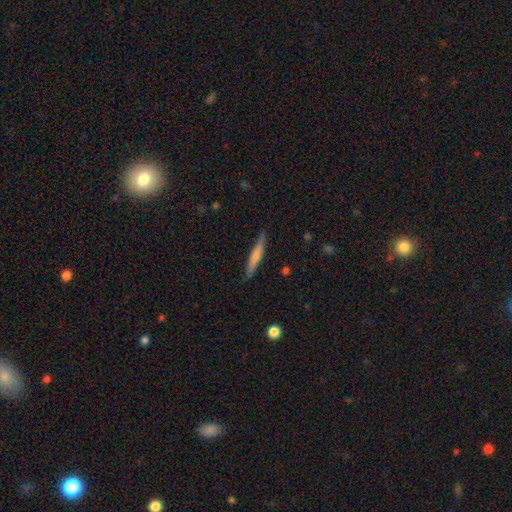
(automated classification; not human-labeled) This is likely a smooth galaxy (63%). How rounded: clearly cigar-shaped (93%). Merging: clearly none (85%).